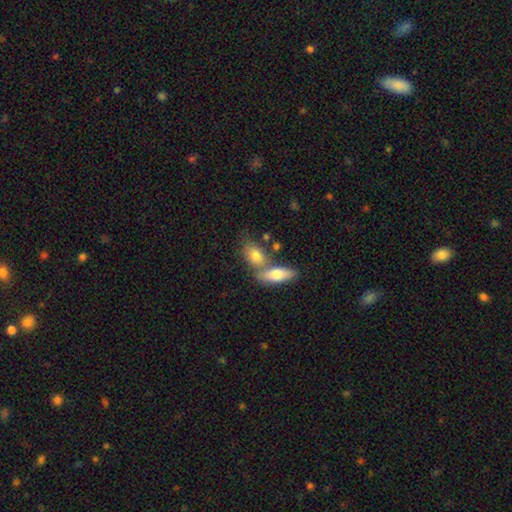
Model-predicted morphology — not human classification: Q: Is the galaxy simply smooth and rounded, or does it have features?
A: smooth — 78%.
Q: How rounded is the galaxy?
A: in between — 80%.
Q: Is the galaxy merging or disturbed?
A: merger — 44%.